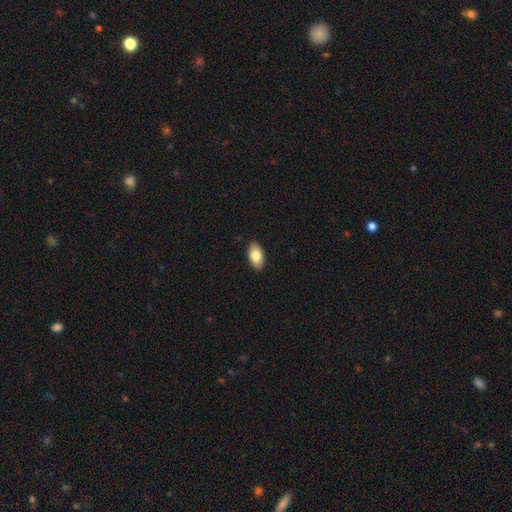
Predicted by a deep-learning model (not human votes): smooth_or_featured: smooth (p=0.83) [alt: featured or disk p=0.10]
how_rounded: in between (p=0.94) [alt: round p=0.04]
merging: none (p=0.90) [alt: minor disturbance p=0.07]